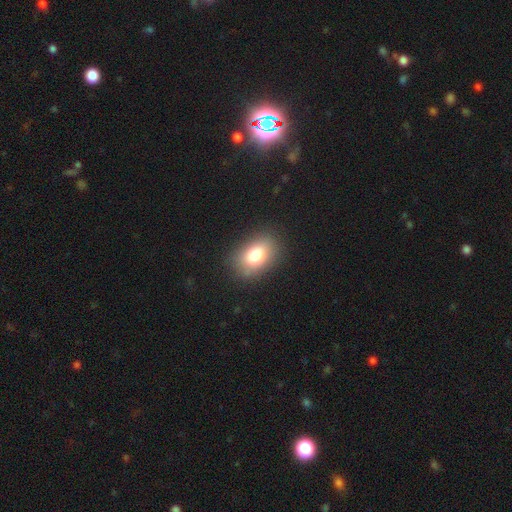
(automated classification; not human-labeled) This is likely a smooth galaxy (78%). How rounded: clearly in between (80%). Merging: clearly none (84%).